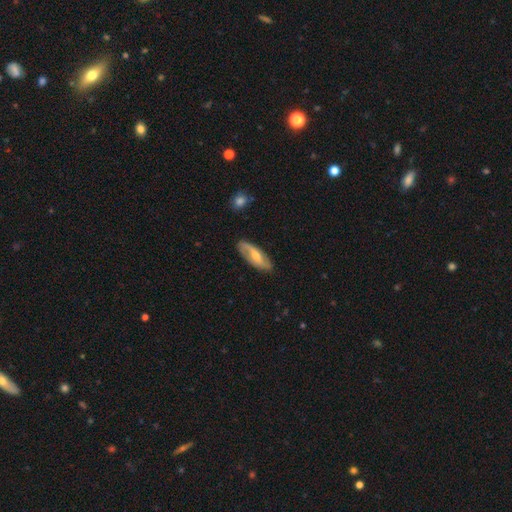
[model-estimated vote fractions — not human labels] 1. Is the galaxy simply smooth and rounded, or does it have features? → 62% featured or disk, 32% smooth, 6% star or artifact.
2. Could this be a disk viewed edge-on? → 85% no, 15% yes.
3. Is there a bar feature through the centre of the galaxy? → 45% weak, 28% no, 27% strong.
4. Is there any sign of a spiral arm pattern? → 87% yes, 13% no.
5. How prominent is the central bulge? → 49% moderate, 42% small, 4% none, 4% large, 1% dominant.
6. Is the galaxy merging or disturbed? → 82% none, 14% minor disturbance, 3% major disturbance, 1% merger.